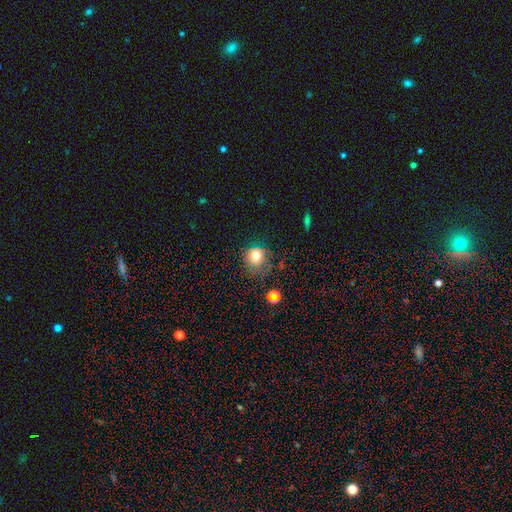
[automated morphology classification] smooth_or_featured: smooth (p=0.76) [alt: star or artifact p=0.15]
how_rounded: round (p=0.87) [alt: in between p=0.12]
merging: none (p=0.72) [alt: minor disturbance p=0.18]